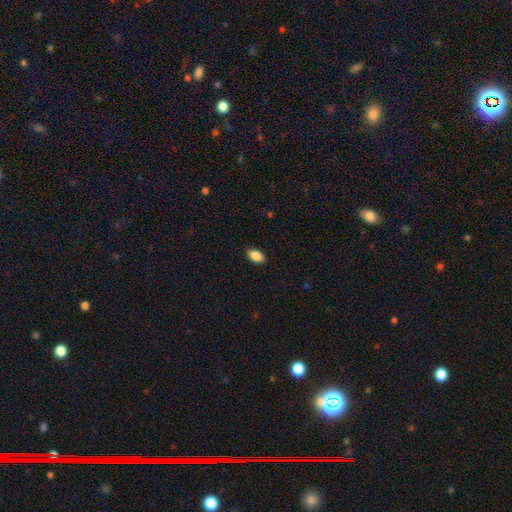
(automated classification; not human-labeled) A smooth galaxy with no disk features (87%) that is in between round and cigar-shaped (92%). Merging: none (87%).